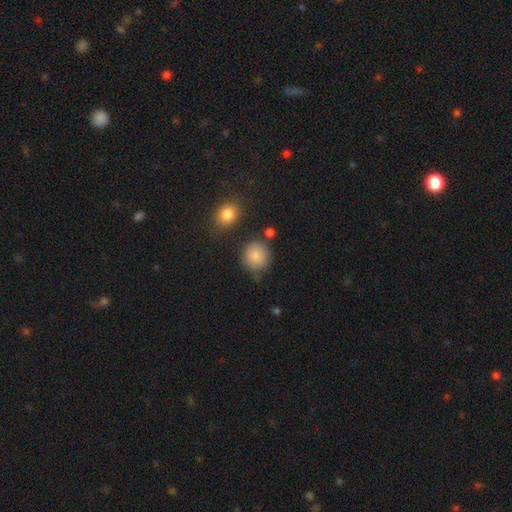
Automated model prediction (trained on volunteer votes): Smooth or featured: smooth — 85% (star or artifact — 9%)
How rounded: round — 86% (in between — 13%)
Merging: none — 73% (minor disturbance — 16%)